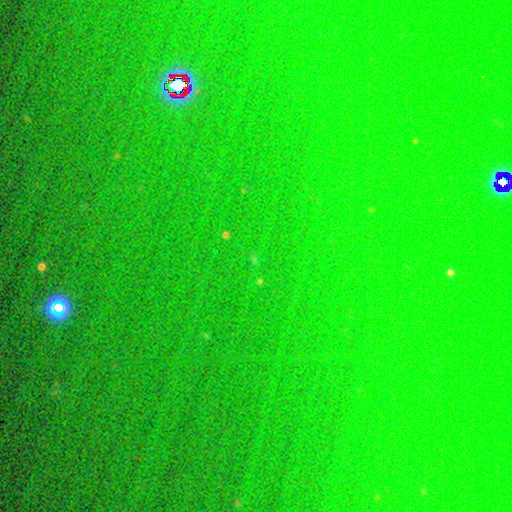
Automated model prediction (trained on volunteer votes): Q: Smooth or featured?
A: star or artifact (81%); runner-up: smooth (11%)